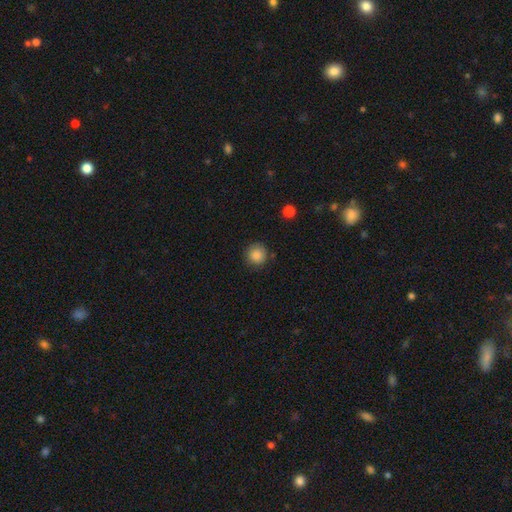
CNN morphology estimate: A smooth galaxy with no disk features (86%) that is round (94%). Merging: none (86%).